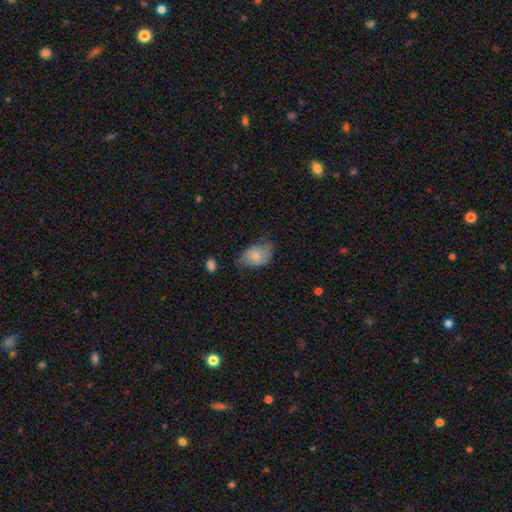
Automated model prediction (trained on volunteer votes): Q: Smooth or featured?
A: smooth (69%); runner-up: featured or disk (24%)
Q: How rounded?
A: in between (86%); runner-up: round (13%)
Q: Merging?
A: none (46%); runner-up: minor disturbance (38%)